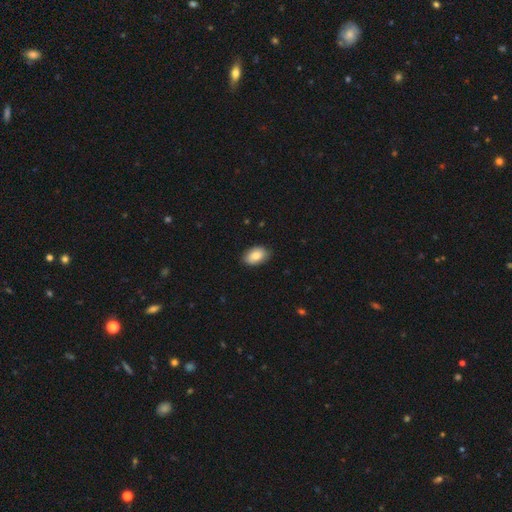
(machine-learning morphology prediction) Overall: smooth (85%). How rounded: in between (91%). Merging: none (86%).